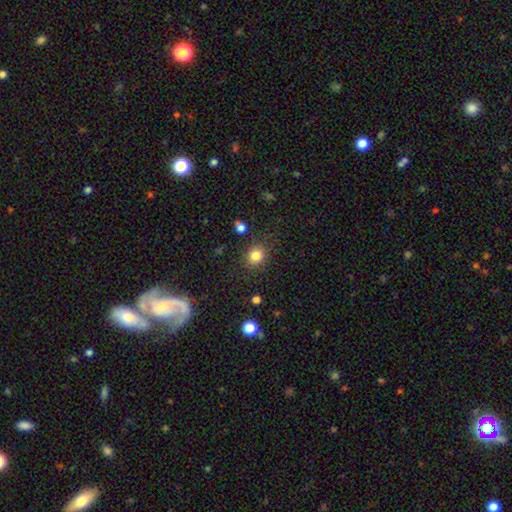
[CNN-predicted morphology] This is clearly a smooth galaxy (82%). How rounded: likely round (74%). Merging: clearly none (84%).